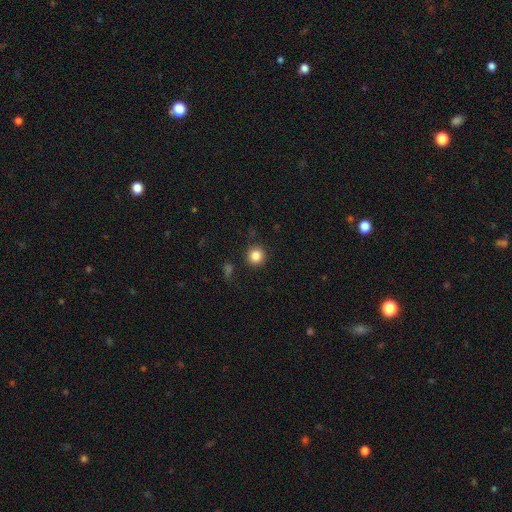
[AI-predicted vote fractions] smooth-or-featured: smooth: 85% | star or artifact: 11% | featured or disk: 5%
  how-rounded: round: 93% | in between: 6% | cigar-shaped: 1%
  merging: none: 89% | minor disturbance: 7% | major disturbance: 2% | merger: 2%